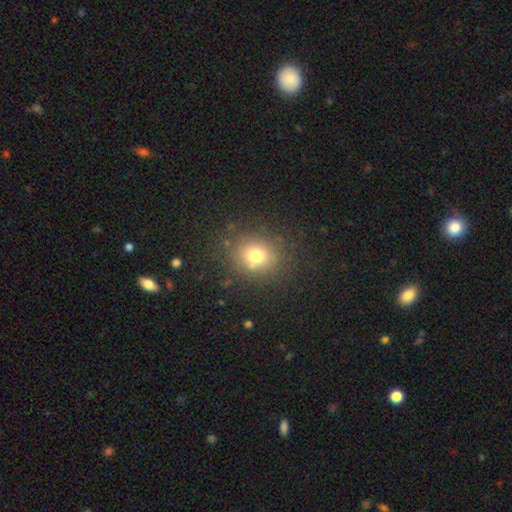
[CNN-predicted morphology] A smooth galaxy with no disk features (72%) that is round (69%). Merging: none (81%).